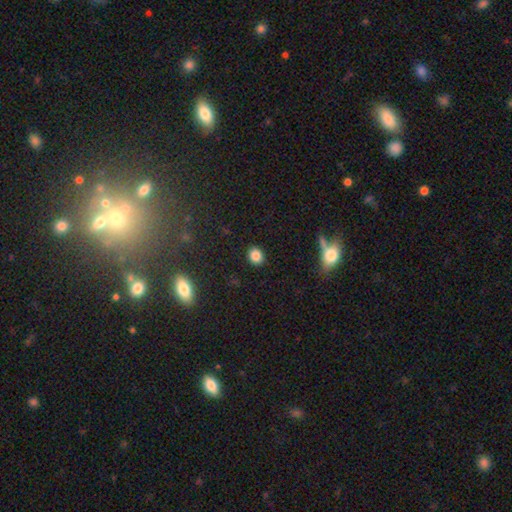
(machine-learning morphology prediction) This appears to be a smooth galaxy with no disk features (85%) that is round (63%). Merging: none (89%).